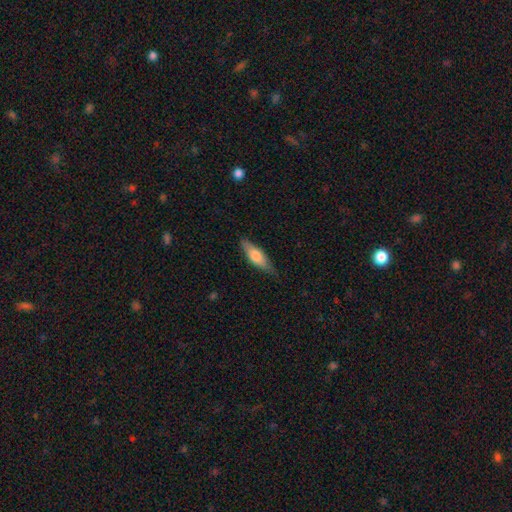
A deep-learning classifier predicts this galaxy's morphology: Smooth or featured: smooth — 61% (featured or disk — 33%)
How rounded: in between — 52% (cigar-shaped — 46%)
Merging: none — 80% (minor disturbance — 16%)